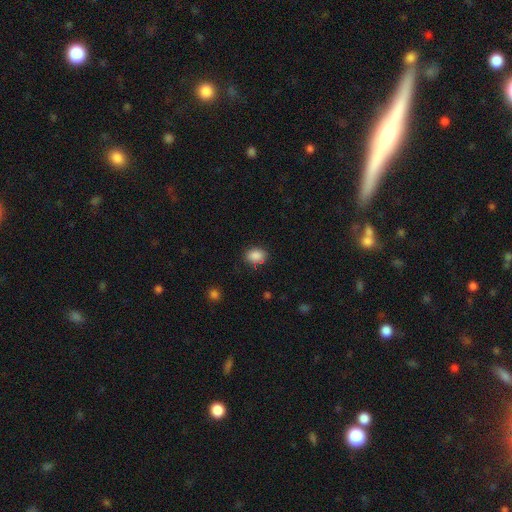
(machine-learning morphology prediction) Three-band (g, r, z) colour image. It shows a smooth galaxy with no disk features (87%) that is in between round and cigar-shaped (59%). Merging: none (81%).